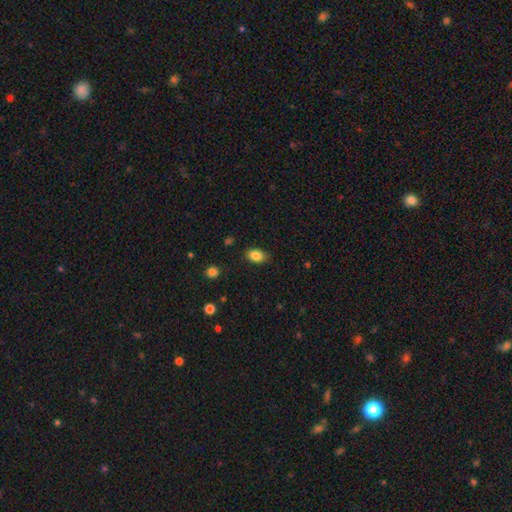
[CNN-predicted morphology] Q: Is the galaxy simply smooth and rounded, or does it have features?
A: smooth — 85%.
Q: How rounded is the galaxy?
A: in between — 82%.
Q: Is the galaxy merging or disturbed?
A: none — 82%.